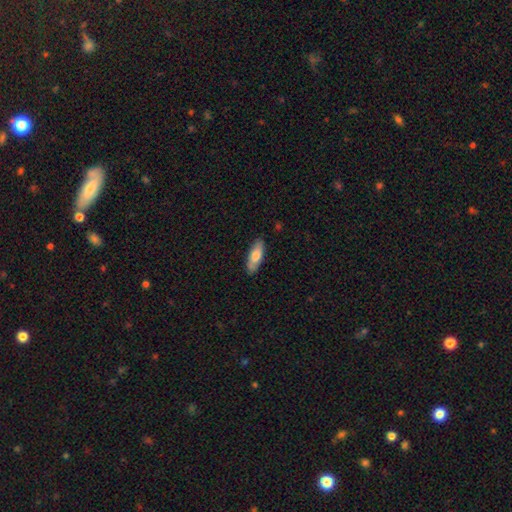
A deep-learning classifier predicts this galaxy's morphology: This is likely a smooth galaxy (77%). How rounded: likely in between (66%). Merging: clearly none (86%).